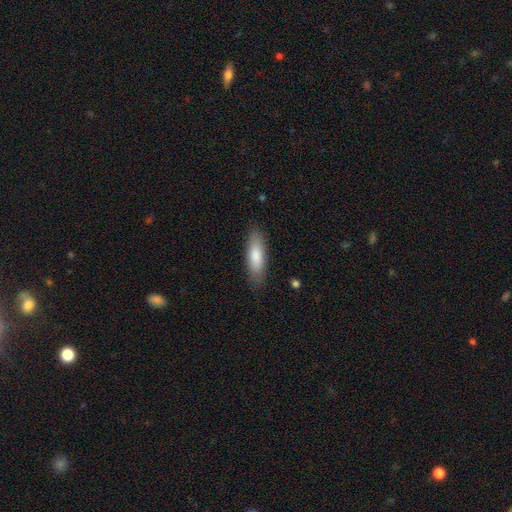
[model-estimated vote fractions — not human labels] smooth-or-featured: smooth: 79% | featured or disk: 15% | star or artifact: 6%
  how-rounded: cigar-shaped: 51% | in between: 47% | round: 2%
  merging: none: 86% | minor disturbance: 11% | major disturbance: 2% | merger: 1%